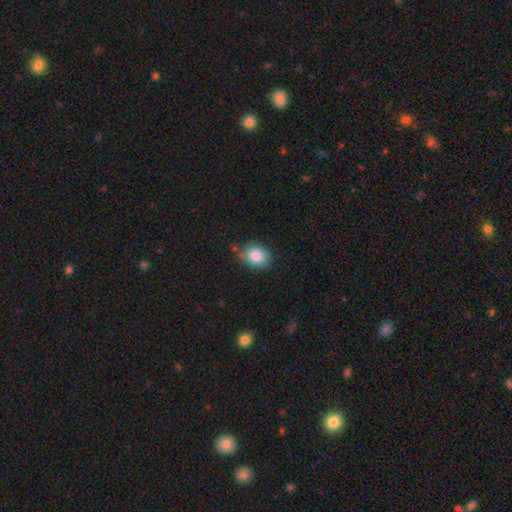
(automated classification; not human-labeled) The model was most divided on "how rounded": in between: 60%, round: 39%, cigar-shaped: 1%. More confident: smooth or featured — smooth (85%); merging — none (73%).